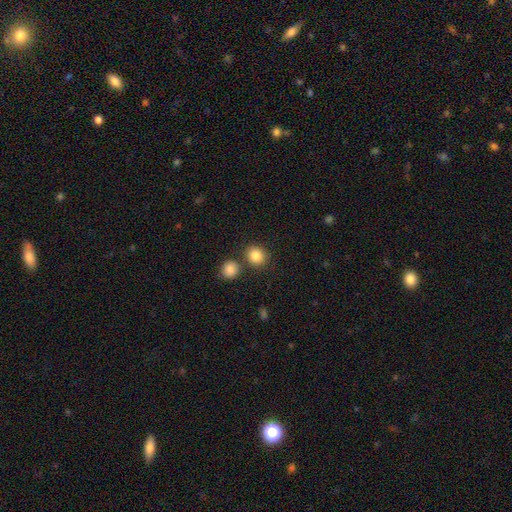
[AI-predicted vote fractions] Overall: smooth (86%). How rounded: round (78%). Merging: none (76%).